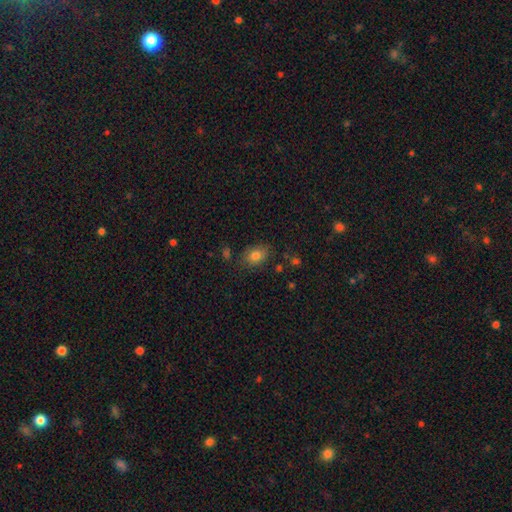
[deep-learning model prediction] Smooth or featured? smooth (81%)
How rounded? in between (69%)
Merging? none (77%)